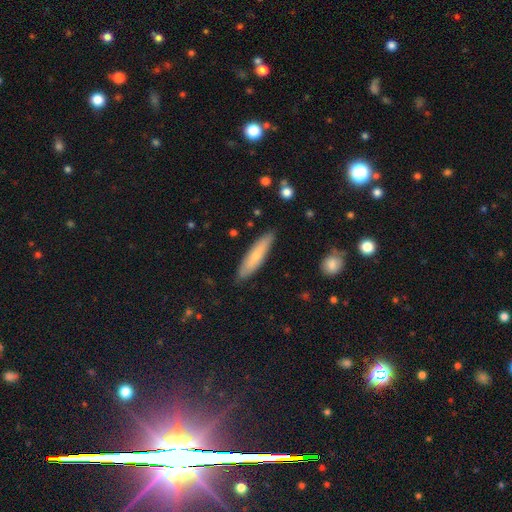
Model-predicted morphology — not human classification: Smooth or featured? smooth (68%)
How rounded? cigar-shaped (79%)
Merging? none (86%)